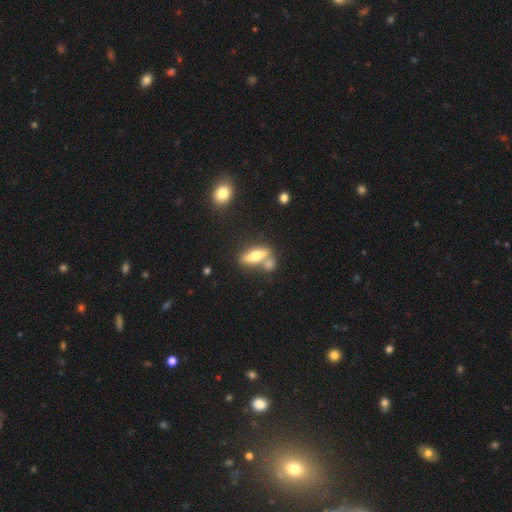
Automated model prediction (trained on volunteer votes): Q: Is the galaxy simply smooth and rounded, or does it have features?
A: smooth — 51%.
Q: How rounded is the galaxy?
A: cigar-shaped — 49%.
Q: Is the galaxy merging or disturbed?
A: none — 59%.